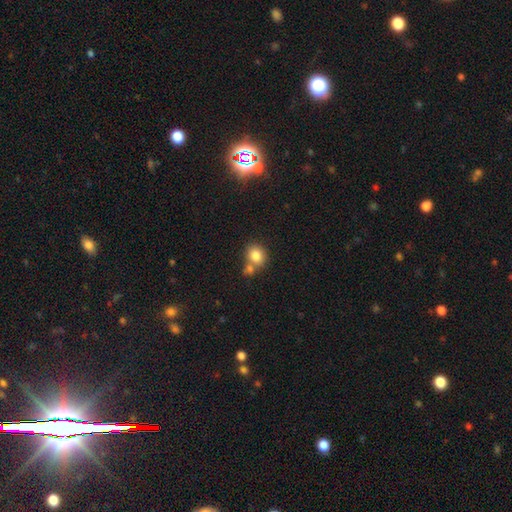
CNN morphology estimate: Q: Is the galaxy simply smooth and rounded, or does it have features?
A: smooth — 82%.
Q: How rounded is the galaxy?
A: round — 65%.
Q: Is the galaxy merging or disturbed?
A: none — 53%.